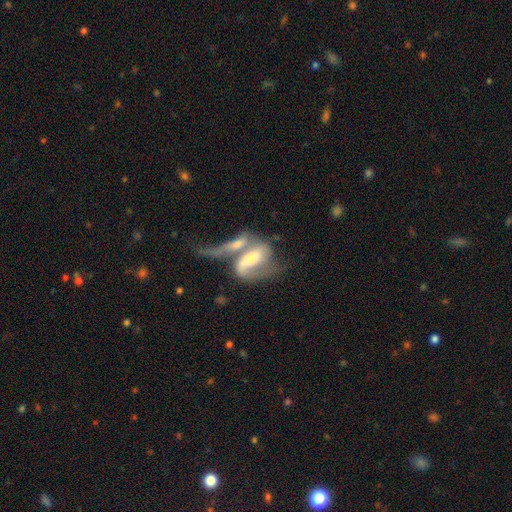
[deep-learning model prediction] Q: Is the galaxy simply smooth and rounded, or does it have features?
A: featured or disk — 71%.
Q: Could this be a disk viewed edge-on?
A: no — 88%.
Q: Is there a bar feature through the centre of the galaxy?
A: strong — 41%.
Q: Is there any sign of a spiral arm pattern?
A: yes — 77%.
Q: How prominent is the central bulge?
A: moderate — 40%.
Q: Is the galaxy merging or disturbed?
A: merger — 53%.